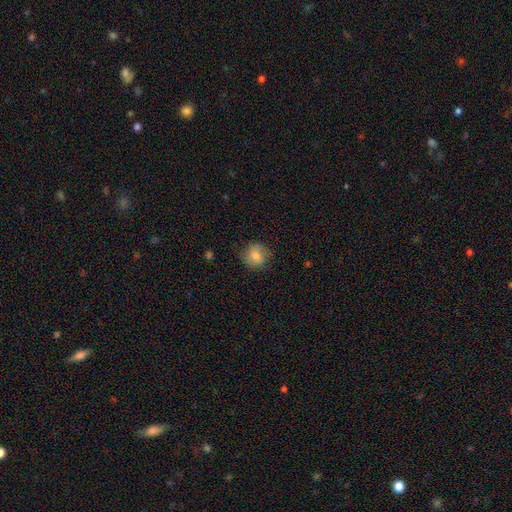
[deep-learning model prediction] Smooth or featured: smooth — 77% (featured or disk — 14%)
How rounded: round — 84% (in between — 15%)
Merging: none — 79% (minor disturbance — 16%)